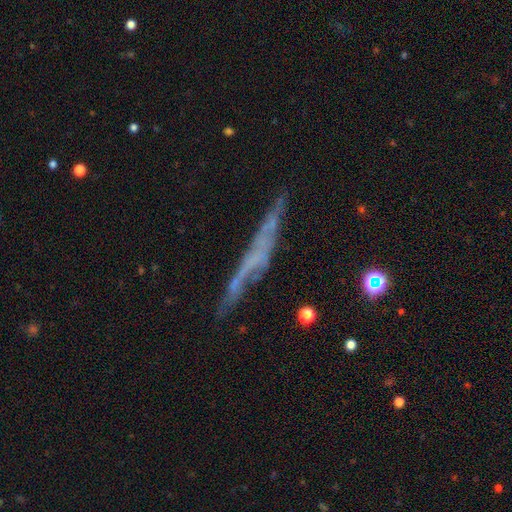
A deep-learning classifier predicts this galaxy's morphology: featured or disk 61%, smooth 28%, star or artifact 11%. Down the decision tree: edge-on disk — yes (82%); edge-on bulge — none (82%); merging — none (65%).